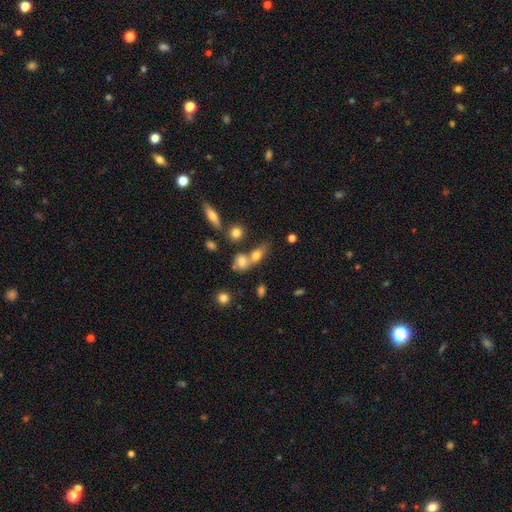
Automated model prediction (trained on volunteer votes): smooth 50%, star or artifact 27%, featured or disk 24%. Down the decision tree: merging — none (45%).